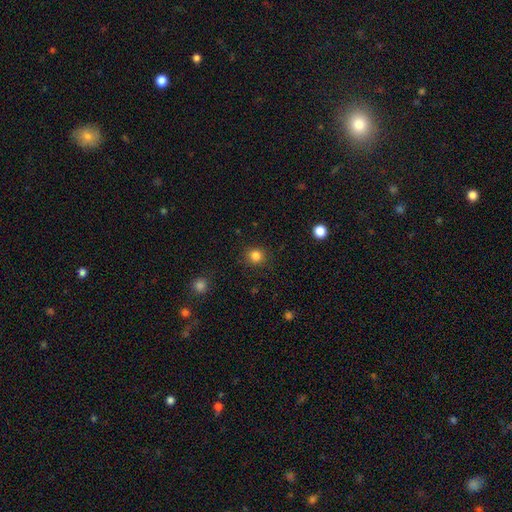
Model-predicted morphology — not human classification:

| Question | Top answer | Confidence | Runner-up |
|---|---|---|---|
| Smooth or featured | smooth | 84% | star or artifact (12%) |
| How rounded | round | 88% | in between (11%) |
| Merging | none | 89% | minor disturbance (7%) |